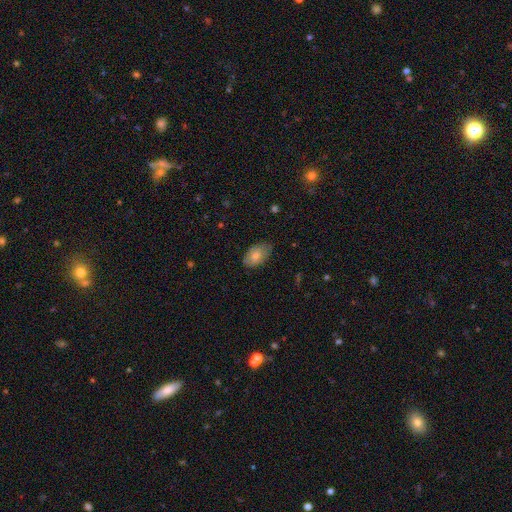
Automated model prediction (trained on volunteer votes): Morphology: type=smooth (75%); roundness=in between (92%); merging=none (71%).